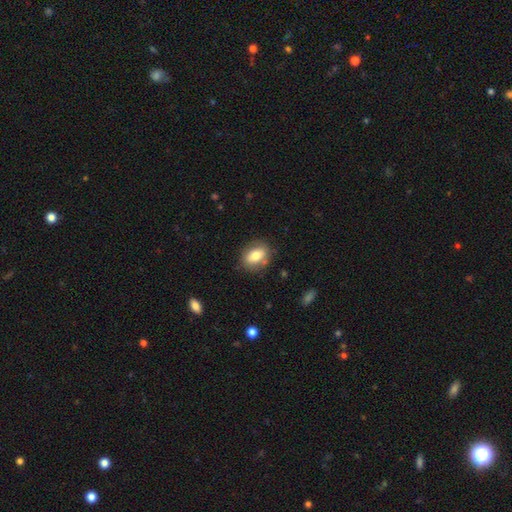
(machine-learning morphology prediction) The model was most divided on "how rounded": in between: 76%, round: 22%, cigar-shaped: 2%. More confident: merging — none (79%); smooth or featured — smooth (76%).